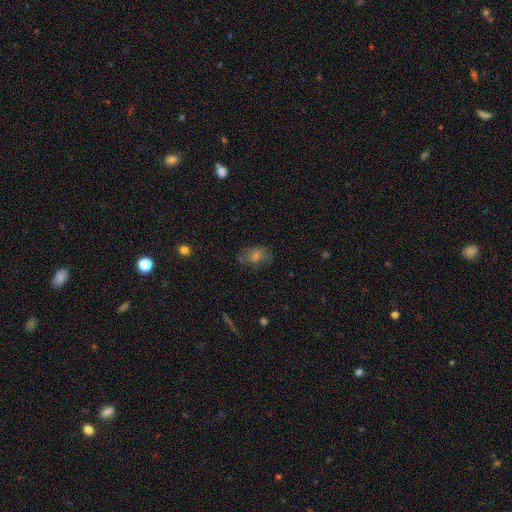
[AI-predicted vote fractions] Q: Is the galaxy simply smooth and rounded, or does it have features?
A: smooth — 47%.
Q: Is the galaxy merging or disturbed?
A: none — 70%.